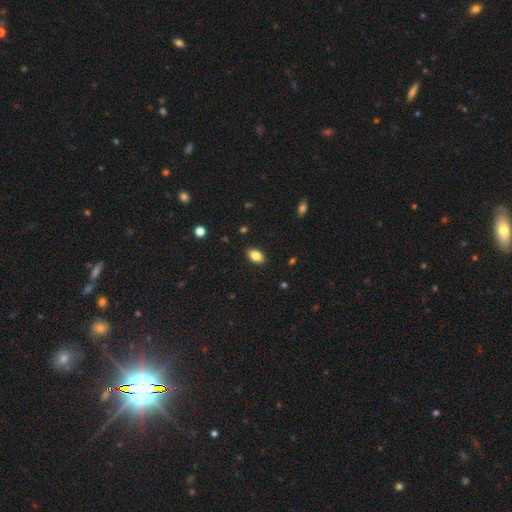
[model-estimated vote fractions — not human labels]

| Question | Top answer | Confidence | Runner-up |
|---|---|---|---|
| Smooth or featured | smooth | 84% | star or artifact (8%) |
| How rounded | in between | 90% | round (7%) |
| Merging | none | 89% | minor disturbance (8%) |